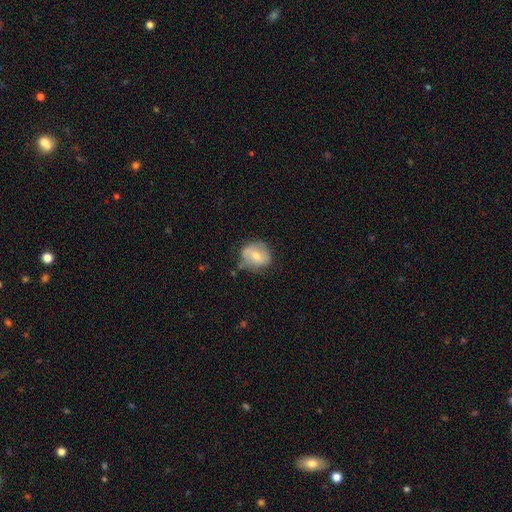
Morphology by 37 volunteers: Smooth or featured: smooth — 76% (featured or disk — 19%)
How rounded: round — 79% (in between — 21%)
Merging: none — 60% (minor disturbance — 29%)